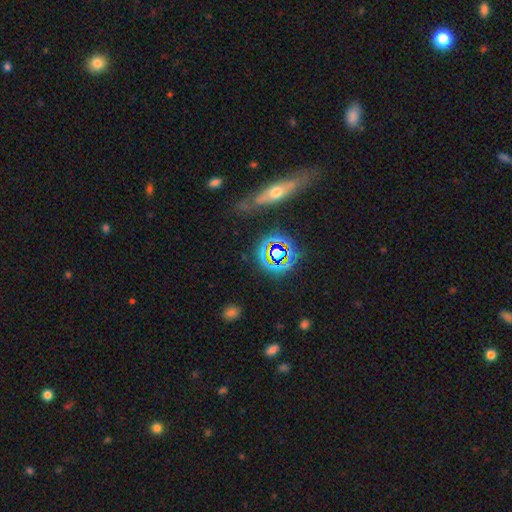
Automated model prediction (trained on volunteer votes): smooth_or_featured: star or artifact (p=0.43) [alt: featured or disk p=0.33]